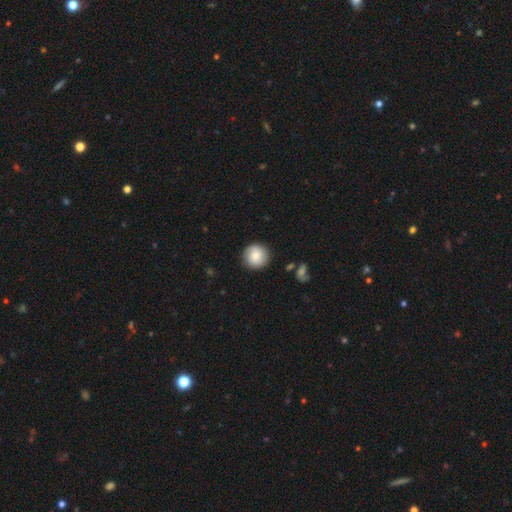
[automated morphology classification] Smooth or featured? Predicted: smooth (p=0.77). How rounded? Predicted: round (p=0.95). Merging? Predicted: none (p=0.88).